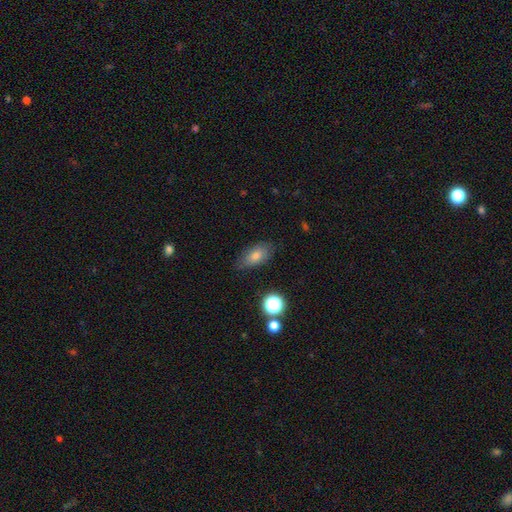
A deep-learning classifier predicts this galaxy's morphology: Smooth or featured? smooth (72%)
How rounded? in between (83%)
Merging? none (76%)